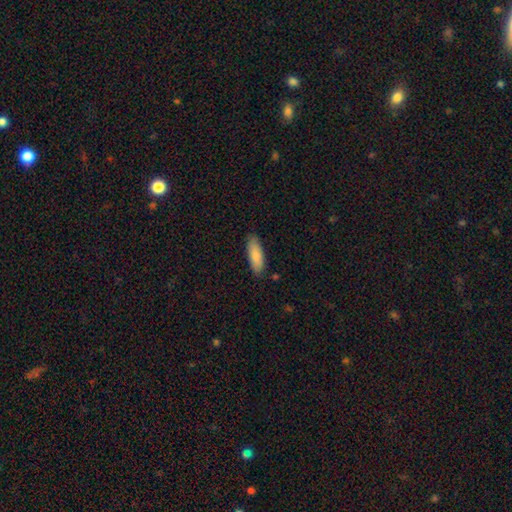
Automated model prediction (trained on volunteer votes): This appears to be a smooth galaxy with no disk features (86%) that is in between round and cigar-shaped (57%). Merging: none (85%).